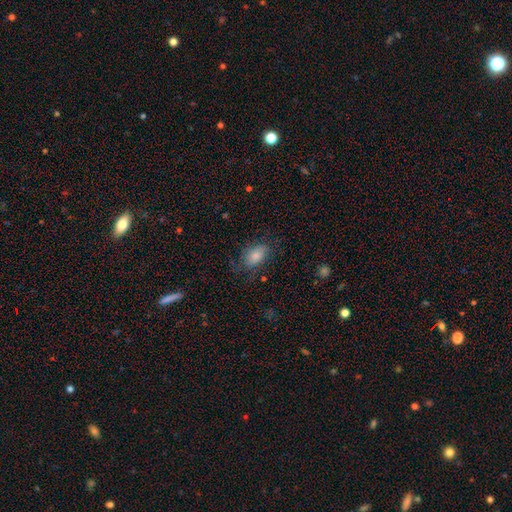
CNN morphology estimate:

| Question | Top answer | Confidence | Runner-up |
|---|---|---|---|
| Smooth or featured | smooth | 79% | featured or disk (13%) |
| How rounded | in between | 88% | round (10%) |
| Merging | none | 61% | minor disturbance (24%) |